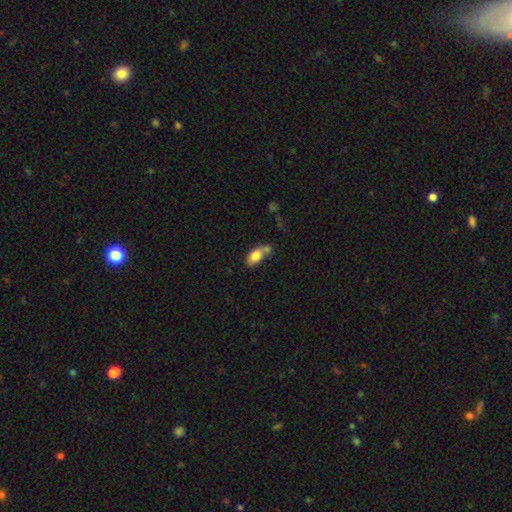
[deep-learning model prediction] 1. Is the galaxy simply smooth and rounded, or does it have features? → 79% smooth, 13% featured or disk, 8% star or artifact.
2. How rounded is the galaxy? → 87% in between, 8% round, 5% cigar-shaped.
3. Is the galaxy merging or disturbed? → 40% merger, 35% none, 17% minor disturbance, 8% major disturbance.